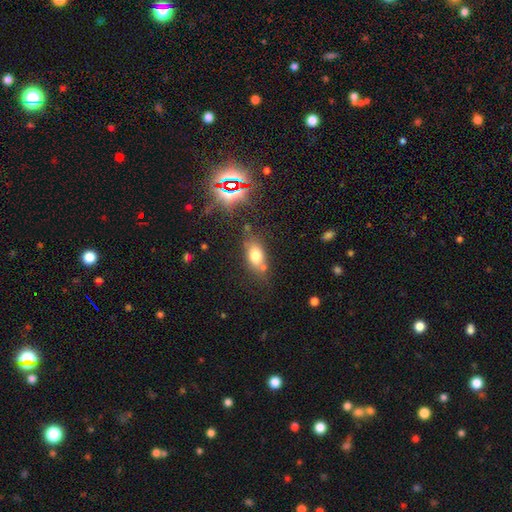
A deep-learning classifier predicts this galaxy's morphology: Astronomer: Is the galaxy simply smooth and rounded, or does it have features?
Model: smooth — 73%.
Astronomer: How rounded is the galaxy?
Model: in between — 80%.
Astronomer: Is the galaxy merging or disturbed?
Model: none — 64%.